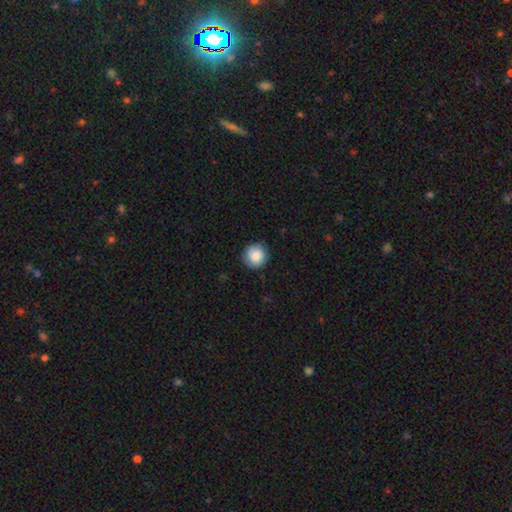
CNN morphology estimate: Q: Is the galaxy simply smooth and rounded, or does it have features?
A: smooth — 87%.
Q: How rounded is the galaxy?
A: round — 93%.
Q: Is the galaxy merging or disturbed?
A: none — 89%.